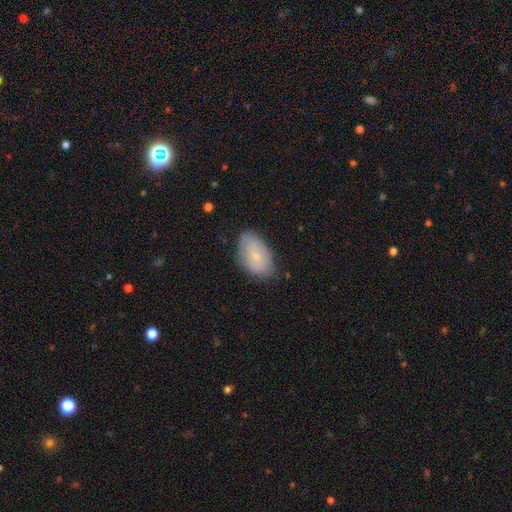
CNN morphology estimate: type=smooth (67%); roundness=in between (93%); merging=none (75%).